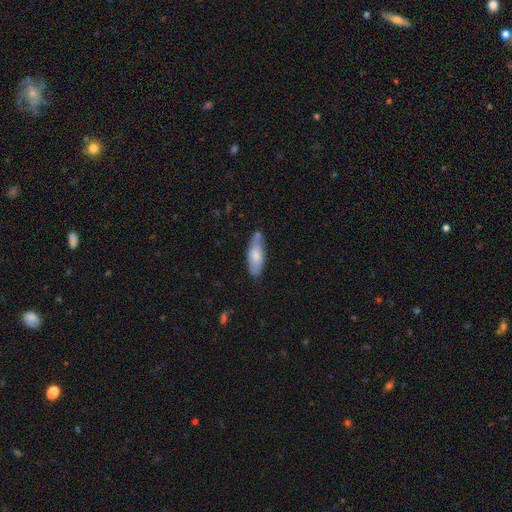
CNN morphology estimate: Smooth or featured? Predicted: smooth (p=0.71). How rounded? Predicted: in between (p=0.68). Merging? Predicted: none (p=0.59).